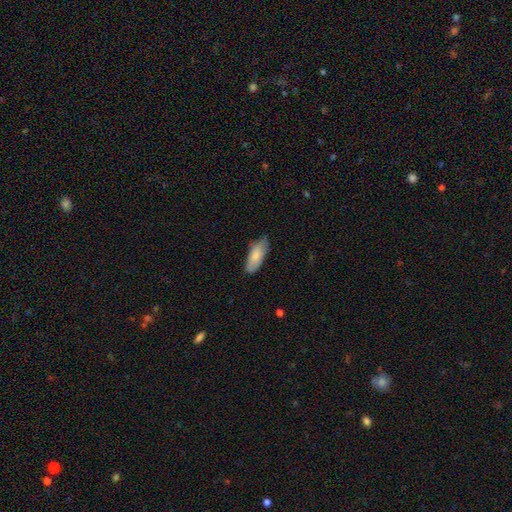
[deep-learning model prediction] smooth 81%, featured or disk 13%, star or artifact 6%. Down the decision tree: how rounded — in between (80%); merging — none (69%).